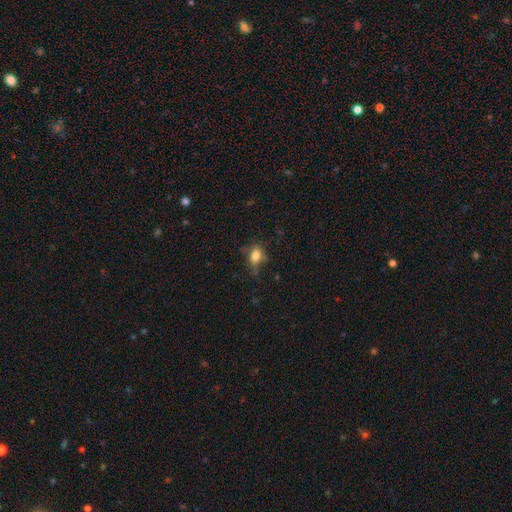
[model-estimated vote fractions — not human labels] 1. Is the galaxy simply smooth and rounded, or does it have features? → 78% smooth, 11% star or artifact, 11% featured or disk.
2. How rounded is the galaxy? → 73% in between, 24% round, 3% cigar-shaped.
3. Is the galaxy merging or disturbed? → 56% none, 29% minor disturbance, 12% major disturbance, 3% merger.